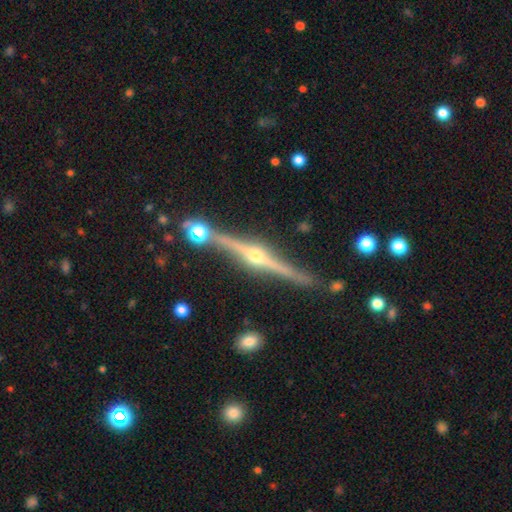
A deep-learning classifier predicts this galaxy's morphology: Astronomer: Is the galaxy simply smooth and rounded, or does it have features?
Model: featured or disk — 89%.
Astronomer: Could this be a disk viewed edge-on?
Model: yes — 98%.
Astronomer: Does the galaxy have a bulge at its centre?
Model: rounded — 94%.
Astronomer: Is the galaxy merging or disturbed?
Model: none — 86%.